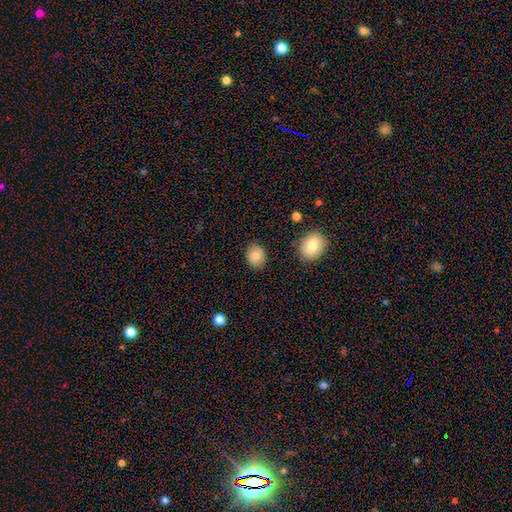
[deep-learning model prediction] Overall: smooth (85%). How rounded: round (65%; in between 34%). Merging: none (87%).